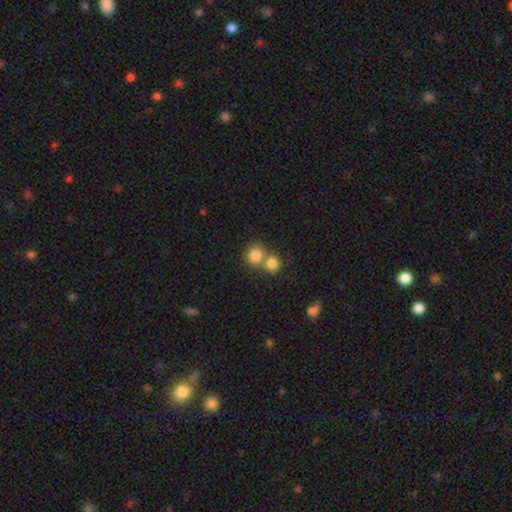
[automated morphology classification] Smooth or featured? smooth (83%)
How rounded? round (81%)
Merging? merger (50%)